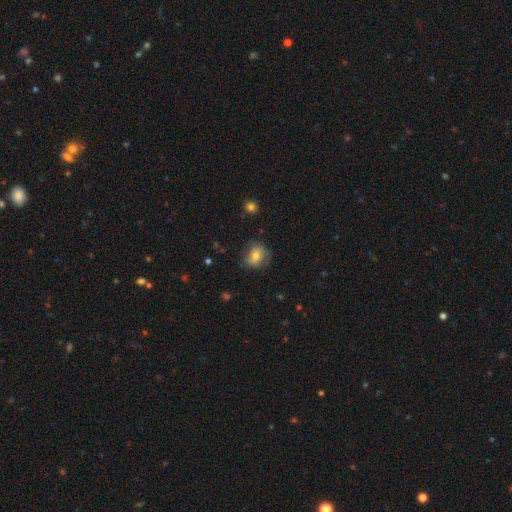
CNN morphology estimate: smooth_or_featured: smooth (p=0.52) [alt: featured or disk p=0.38]
how_rounded: round (p=0.69) [alt: in between p=0.30]
merging: none (p=0.67) [alt: minor disturbance p=0.22]